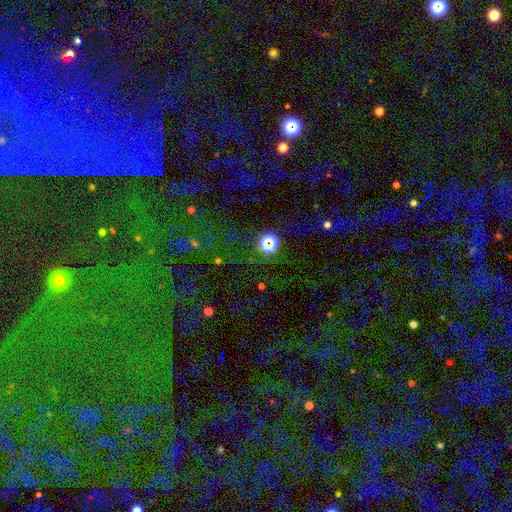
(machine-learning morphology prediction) Smooth or featured?
  - star or artifact: 79% *
  - smooth: 11%
  - featured or disk: 10%